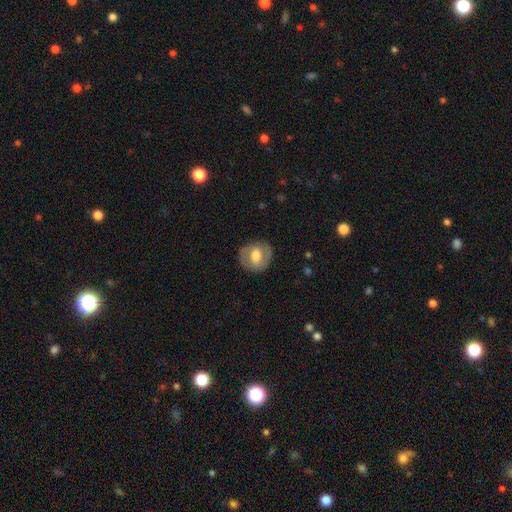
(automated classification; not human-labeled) smooth_or_featured: featured or disk (p=0.51) [alt: smooth p=0.43]
disk_edge_on: no (p=0.95) [alt: yes p=0.05]
merging: none (p=0.81) [alt: minor disturbance p=0.13]